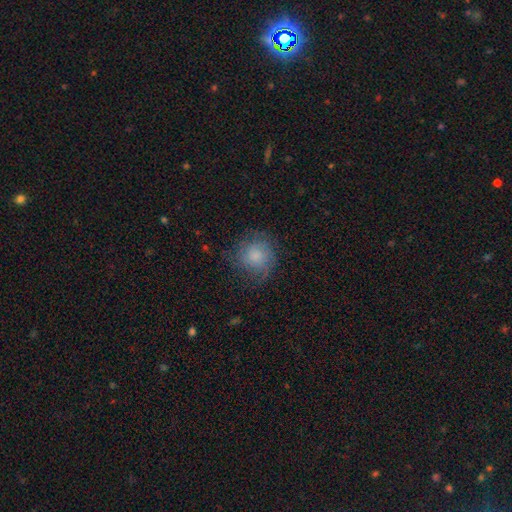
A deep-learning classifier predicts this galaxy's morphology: Overall: smooth (68%). How rounded: round (88%). Merging: none (68%).